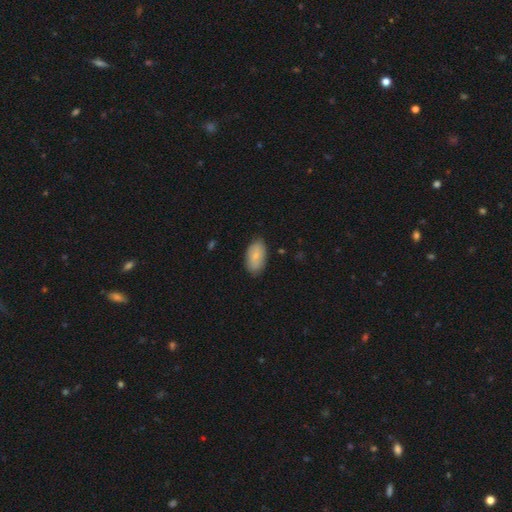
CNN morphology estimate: The model was most divided on "smooth or featured": smooth: 80%, featured or disk: 14%, star or artifact: 6%. More confident: how rounded — in between (94%); merging — none (83%).